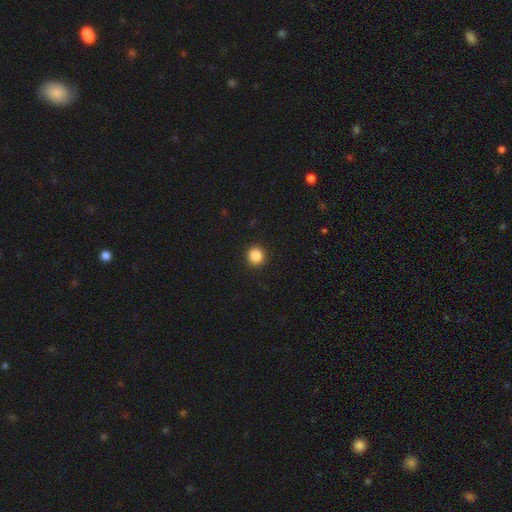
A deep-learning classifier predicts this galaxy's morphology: Smooth or featured: smooth — 87% (star or artifact — 10%)
How rounded: round — 91% (in between — 8%)
Merging: none — 92% (minor disturbance — 5%)